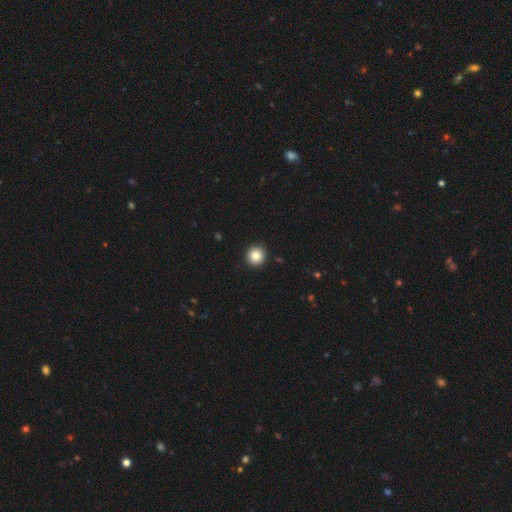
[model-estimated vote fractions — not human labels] Overall: smooth (84%). How rounded: round (94%). Merging: none (93%).